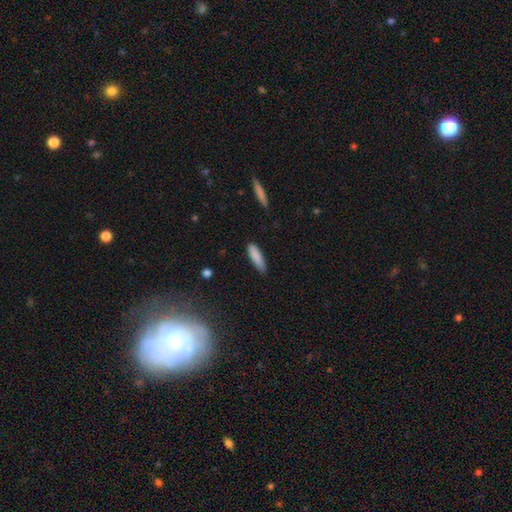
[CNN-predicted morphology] type=smooth (86%); roundness=cigar-shaped (66%); merging=none (80%).